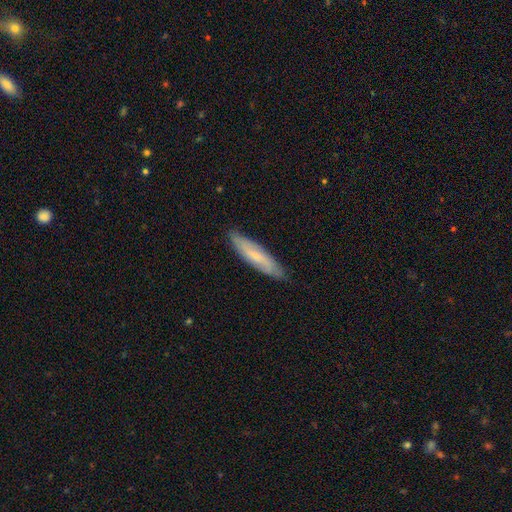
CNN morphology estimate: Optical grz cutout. It shows a smooth galaxy with no disk features (56%) that is cigar-shaped (79%). Merging: none (85%).